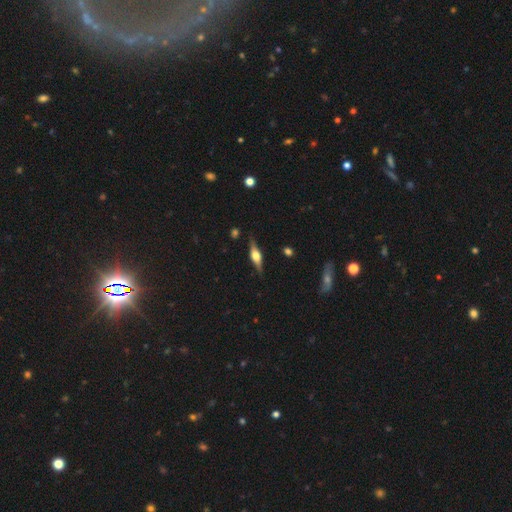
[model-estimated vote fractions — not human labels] smooth_or_featured: featured or disk (p=0.68) [alt: smooth p=0.25]
disk_edge_on: yes (p=0.96) [alt: no p=0.04]
edge_on_bulge: rounded (p=0.90) [alt: boxy p=0.08]
merging: none (p=0.85) [alt: minor disturbance p=0.11]